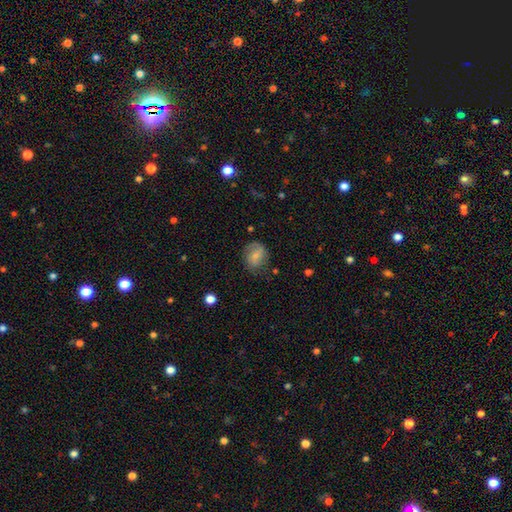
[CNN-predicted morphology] The model was most divided on "how rounded": round: 58%, in between: 41%, cigar-shaped: 1%. More confident: merging — none (63%); smooth or featured — smooth (59%).